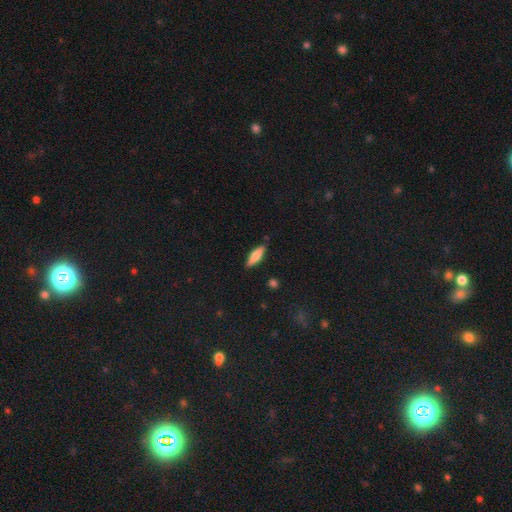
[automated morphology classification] Smooth or featured?
  - smooth: 72% *
  - featured or disk: 21%
  - star or artifact: 6%
How rounded?
  - cigar-shaped: 54% *
  - in between: 44%
  - round: 2%
Merging?
  - none: 85% *
  - minor disturbance: 11%
  - major disturbance: 2%
  - merger: 2%